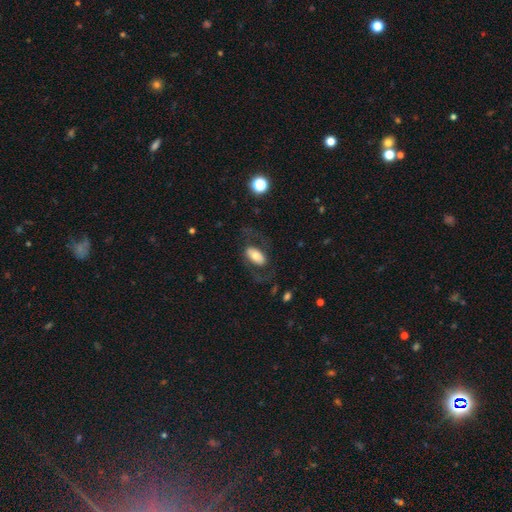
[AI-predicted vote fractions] Smooth or featured? smooth (52%)
How rounded? in between (91%)
Merging? none (63%)